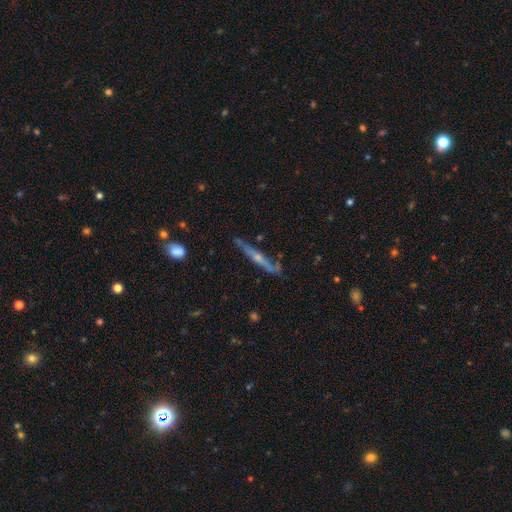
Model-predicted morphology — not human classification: smooth_or_featured: featured or disk (p=0.72) [alt: smooth p=0.20]
disk_edge_on: yes (p=0.93) [alt: no p=0.07]
edge_on_bulge: rounded (p=0.72) [alt: none p=0.22]
merging: none (p=0.78) [alt: minor disturbance p=0.16]